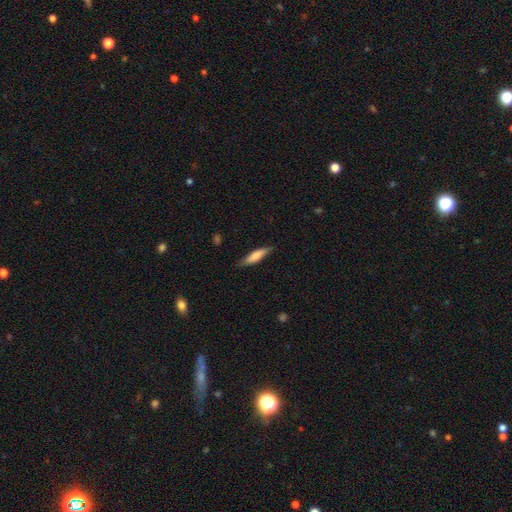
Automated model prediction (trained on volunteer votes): Overall: smooth (75%). How rounded: cigar-shaped (71%). Merging: none (81%).